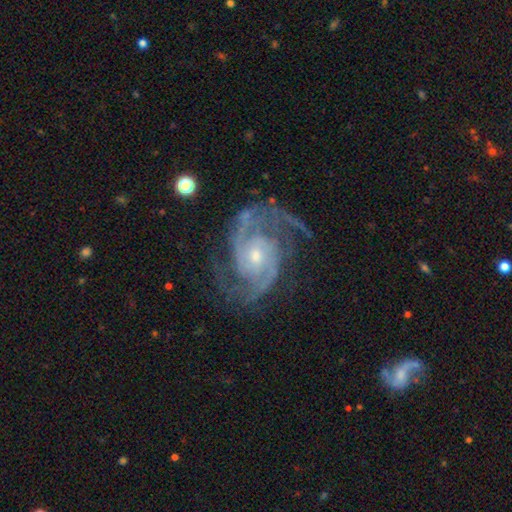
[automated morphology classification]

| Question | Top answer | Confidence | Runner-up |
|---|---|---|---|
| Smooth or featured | featured or disk | 92% | star or artifact (5%) |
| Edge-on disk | no | 98% | yes (2%) |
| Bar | no | 62% | weak (31%) |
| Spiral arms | yes | 98% | no (2%) |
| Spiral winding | medium | 49% | tight (40%) |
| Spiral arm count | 2 | 63% | 3 (17%) |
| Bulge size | small | 54% | moderate (42%) |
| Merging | none | 69% | minor disturbance (18%) |